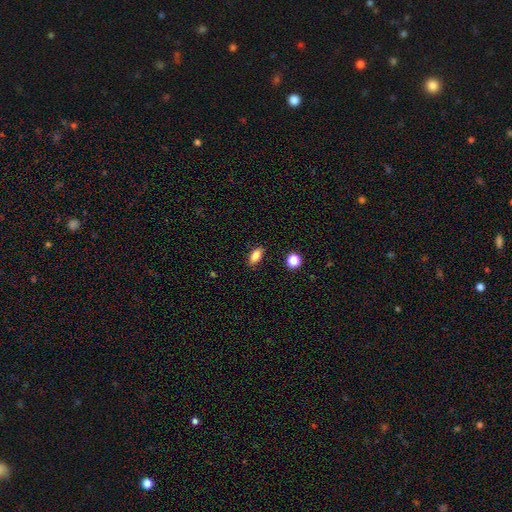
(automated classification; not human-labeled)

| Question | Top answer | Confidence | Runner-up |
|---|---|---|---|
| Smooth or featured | smooth | 83% | star or artifact (9%) |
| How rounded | in between | 86% | cigar-shaped (8%) |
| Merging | none | 87% | minor disturbance (9%) |